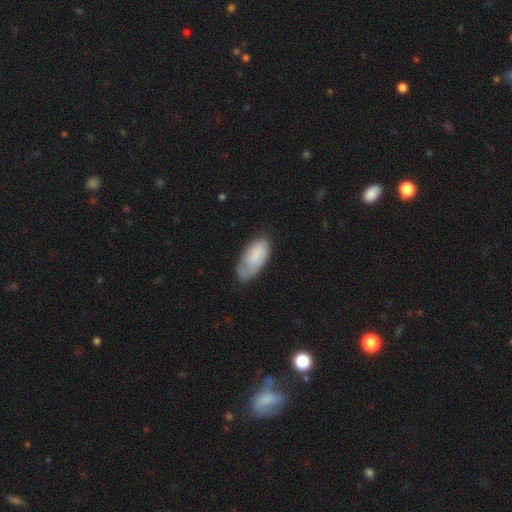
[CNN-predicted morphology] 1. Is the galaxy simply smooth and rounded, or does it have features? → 73% smooth, 20% featured or disk, 6% star or artifact.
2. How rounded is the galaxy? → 92% in between, 6% cigar-shaped, 2% round.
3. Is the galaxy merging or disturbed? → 54% none, 33% minor disturbance, 11% major disturbance, 3% merger.